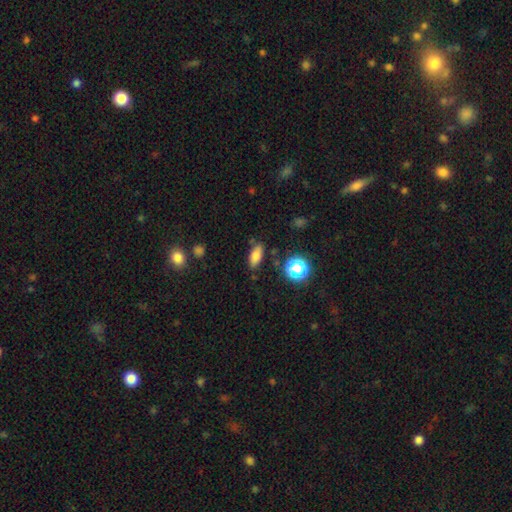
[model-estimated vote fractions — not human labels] Morphology: type=smooth (77%); roundness=in between (81%); merging=none (82%).